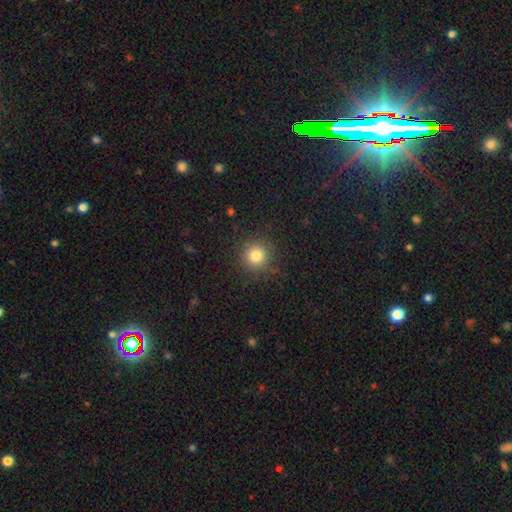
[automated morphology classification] Smooth or featured: smooth — 81% (star or artifact — 13%)
How rounded: round — 94% (in between — 5%)
Merging: none — 88% (minor disturbance — 8%)